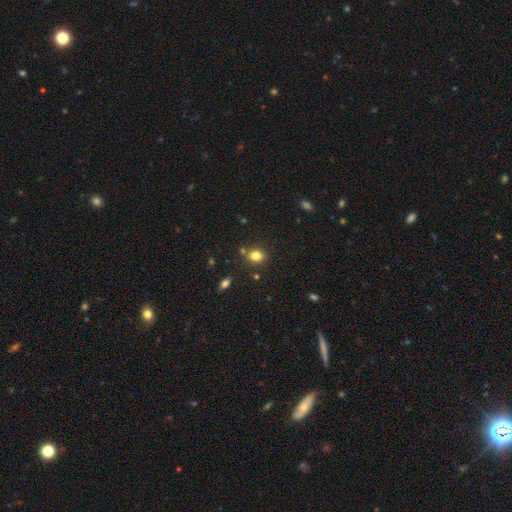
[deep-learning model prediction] Overall: smooth (80%). How rounded: round (49%, tied with in between). Merging: none (77%).